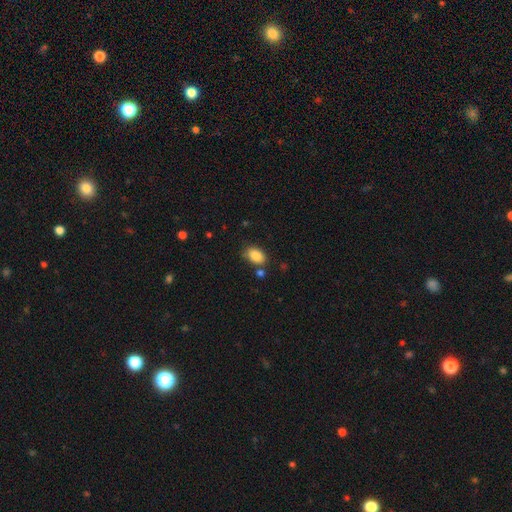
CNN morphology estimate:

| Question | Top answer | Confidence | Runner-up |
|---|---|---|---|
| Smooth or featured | smooth | 87% | star or artifact (8%) |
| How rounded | in between | 88% | round (11%) |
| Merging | none | 75% | minor disturbance (15%) |